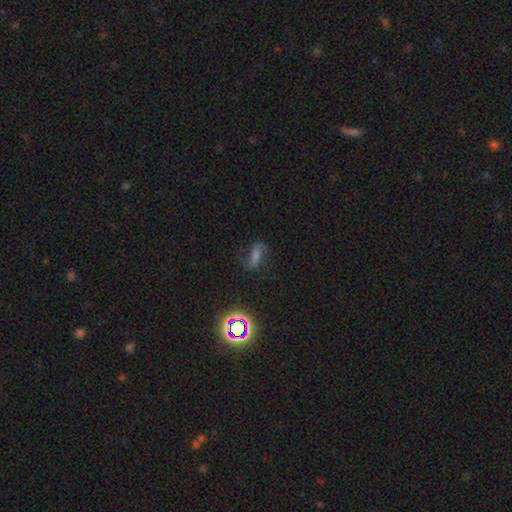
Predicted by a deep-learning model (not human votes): Smooth or featured?
  - featured or disk: 45% *
  - smooth: 28%
  - star or artifact: 26%
Merging?
  - none: 69% *
  - minor disturbance: 18%
  - major disturbance: 11%
  - merger: 2%